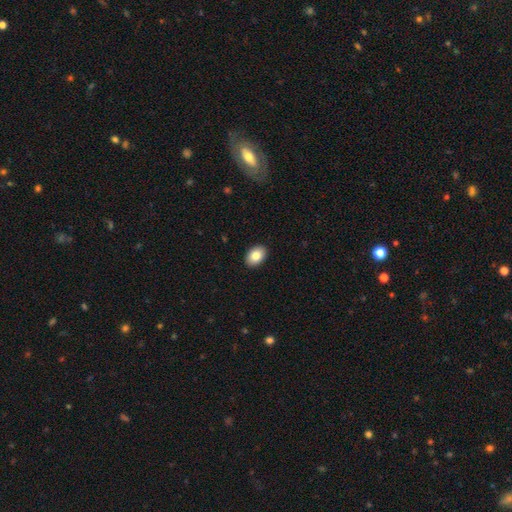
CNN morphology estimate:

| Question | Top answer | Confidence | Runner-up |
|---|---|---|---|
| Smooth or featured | smooth | 85% | featured or disk (7%) |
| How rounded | in between | 85% | round (14%) |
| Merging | none | 91% | minor disturbance (6%) |